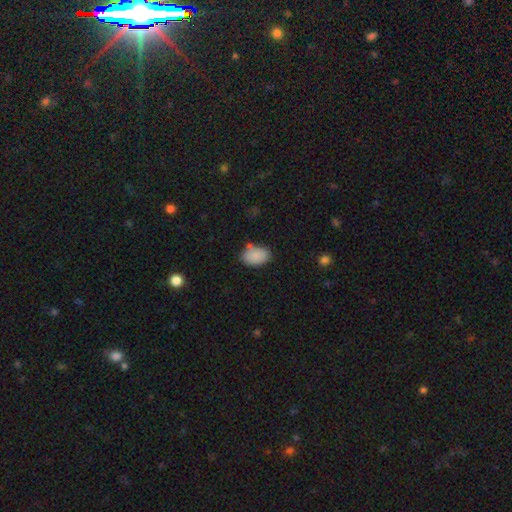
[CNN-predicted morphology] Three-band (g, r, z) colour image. It shows a smooth galaxy with no disk features (88%) that is in between round and cigar-shaped (89%). Merging: none (70%).